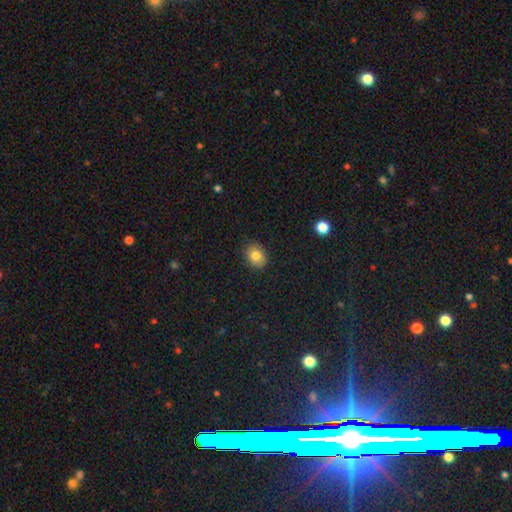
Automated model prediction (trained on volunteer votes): Overall: smooth (80%). How rounded: round (53%; in between 46%). Merging: none (86%).